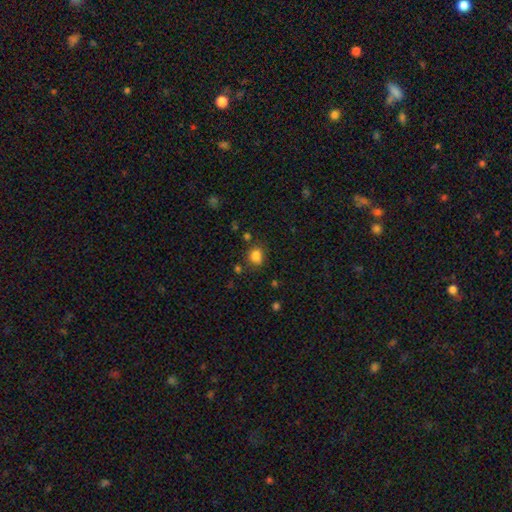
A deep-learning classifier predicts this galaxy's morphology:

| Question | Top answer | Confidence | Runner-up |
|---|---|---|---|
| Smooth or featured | smooth | 82% | star or artifact (12%) |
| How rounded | round | 66% | in between (33%) |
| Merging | none | 73% | minor disturbance (17%) |